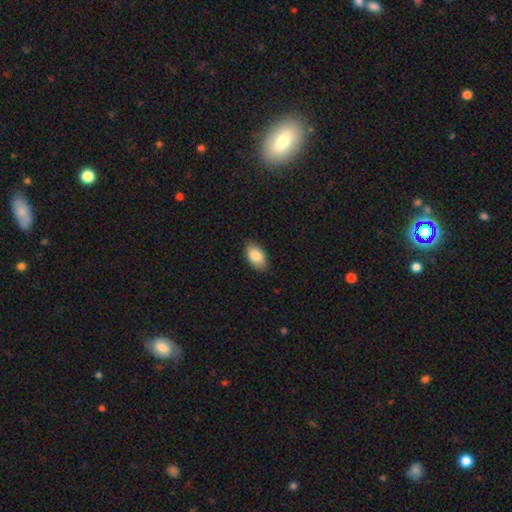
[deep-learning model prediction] A smooth galaxy with no disk features (85%) that is in between round and cigar-shaped (94%). Merging: none (85%).